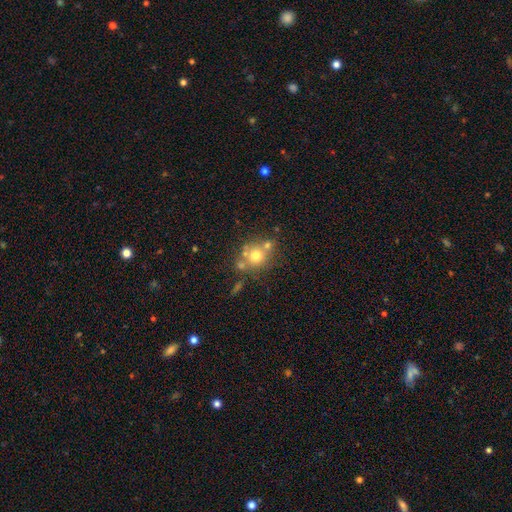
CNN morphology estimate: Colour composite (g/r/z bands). It shows a smooth galaxy with no disk features (65%) that is round (83%). Merging: none (53%).